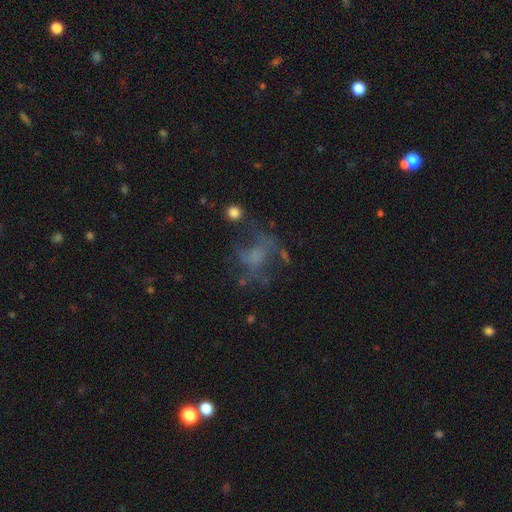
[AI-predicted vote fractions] The model was most divided on "merging": none: 45%, major disturbance: 33%, minor disturbance: 17%, merger: 5%. Remaining: smooth or featured — featured or disk (47%).